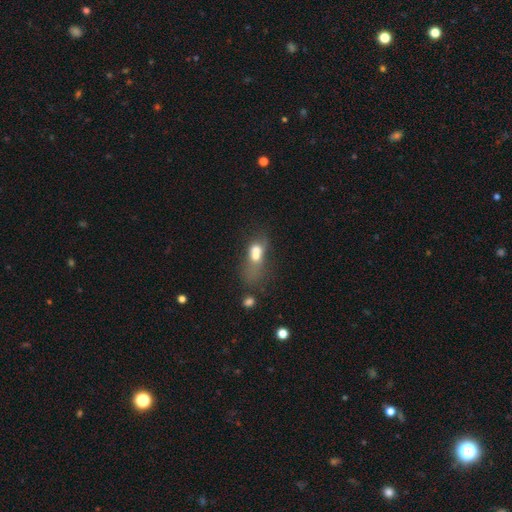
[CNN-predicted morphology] Smooth or featured? Predicted: smooth (p=0.59). How rounded? Predicted: in between (p=0.60). Merging? Predicted: merger (p=0.61).